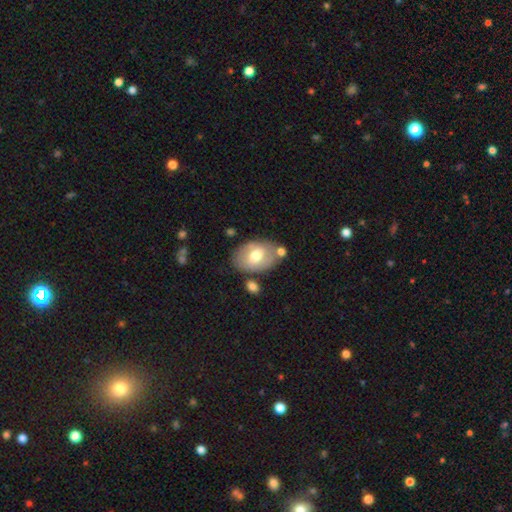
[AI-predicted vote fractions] Smooth or featured: smooth — 61% (featured or disk — 32%)
How rounded: in between — 87% (round — 11%)
Merging: none — 67% (minor disturbance — 17%)